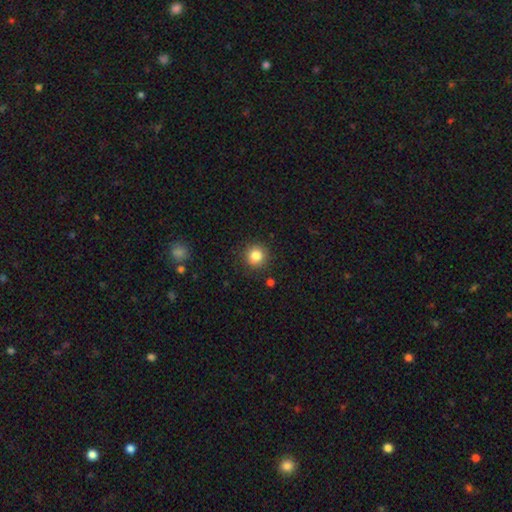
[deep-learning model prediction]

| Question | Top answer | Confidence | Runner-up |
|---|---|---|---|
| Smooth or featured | smooth | 84% | star or artifact (11%) |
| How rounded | round | 93% | in between (6%) |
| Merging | none | 90% | minor disturbance (7%) |